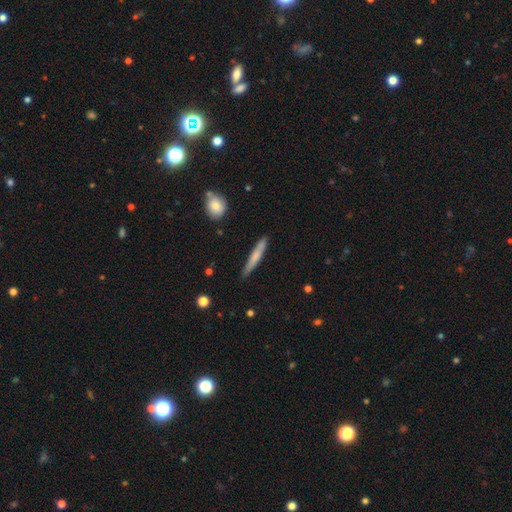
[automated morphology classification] Smooth or featured? smooth (62%)
How rounded? cigar-shaped (94%)
Merging? none (82%)